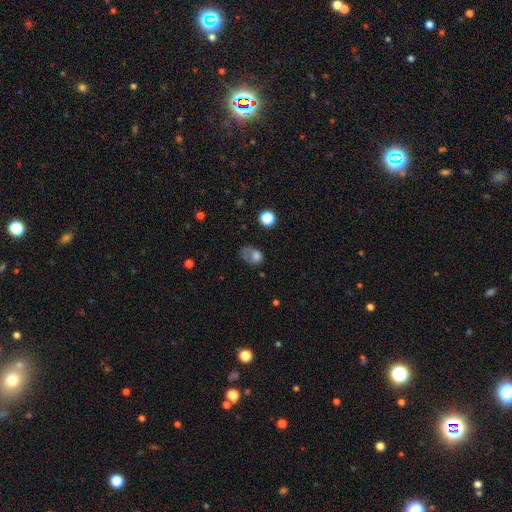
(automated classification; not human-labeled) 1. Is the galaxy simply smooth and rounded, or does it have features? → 64% smooth, 23% featured or disk, 13% star or artifact.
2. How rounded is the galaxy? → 64% in between, 35% round, 1% cigar-shaped.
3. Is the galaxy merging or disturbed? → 40% major disturbance, 31% none, 24% minor disturbance, 5% merger.